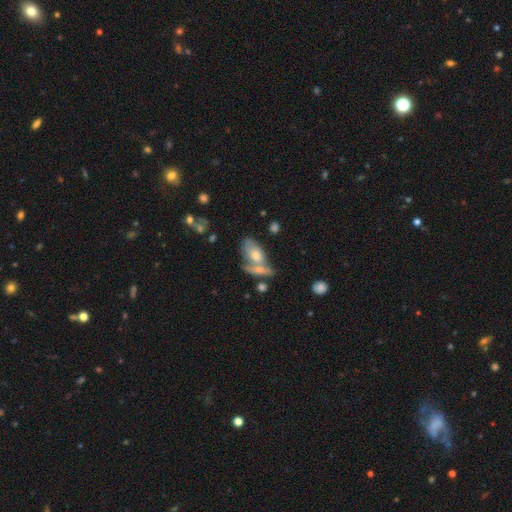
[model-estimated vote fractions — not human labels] smooth_or_featured: smooth (p=0.51) [alt: featured or disk p=0.39]
how_rounded: in between (p=0.78) [alt: cigar-shaped p=0.13]
merging: merger (p=0.43) [alt: none p=0.35]